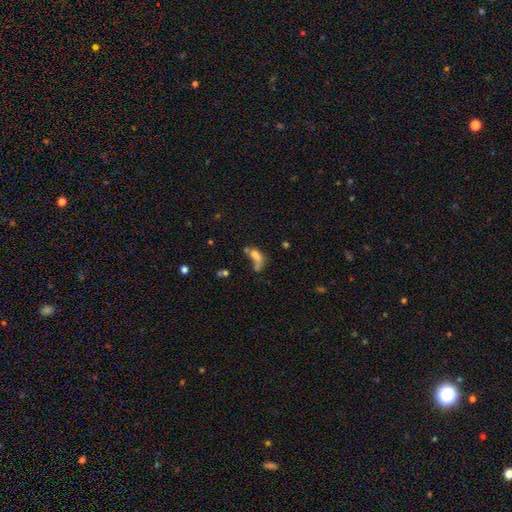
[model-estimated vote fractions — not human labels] smooth_or_featured: smooth (p=0.61) [alt: featured or disk p=0.24]
how_rounded: in between (p=0.72) [alt: cigar-shaped p=0.16]
merging: merger (p=0.33) [tied with: major disturbance p=0.33]